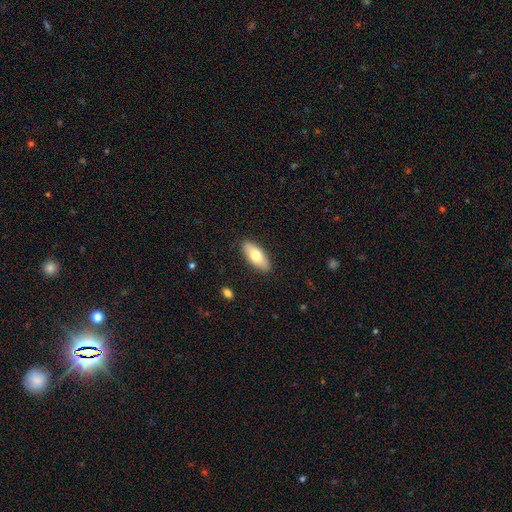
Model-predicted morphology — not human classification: smooth-or-featured: smooth: 73% | featured or disk: 22% | star or artifact: 6%
  how-rounded: in between: 84% | cigar-shaped: 14% | round: 2%
  merging: none: 88% | minor disturbance: 9% | major disturbance: 2% | merger: 1%